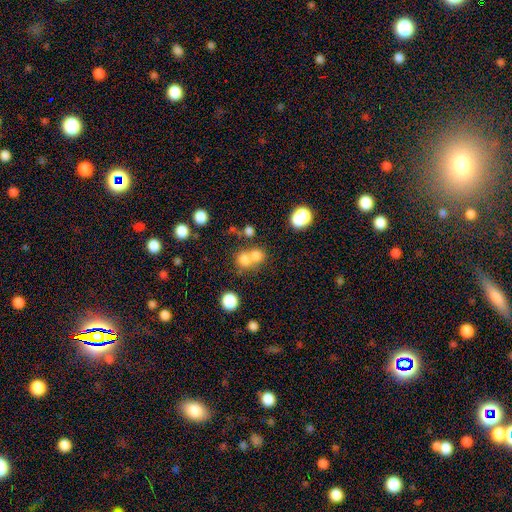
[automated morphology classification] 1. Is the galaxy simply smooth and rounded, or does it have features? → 74% smooth, 14% star or artifact, 12% featured or disk.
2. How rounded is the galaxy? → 81% round, 18% in between, 1% cigar-shaped.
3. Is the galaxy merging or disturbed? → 55% merger, 37% none, 6% minor disturbance, 3% major disturbance.